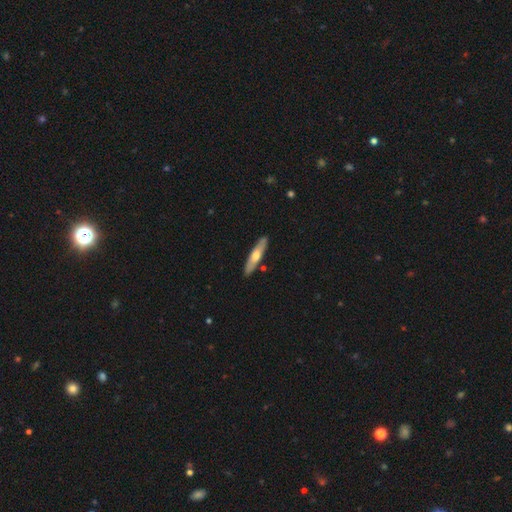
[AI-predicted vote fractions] The model was most divided on "smooth or featured": smooth: 52%, featured or disk: 43%, star or artifact: 5%. More confident: merging — none (87%); how rounded — cigar-shaped (82%).